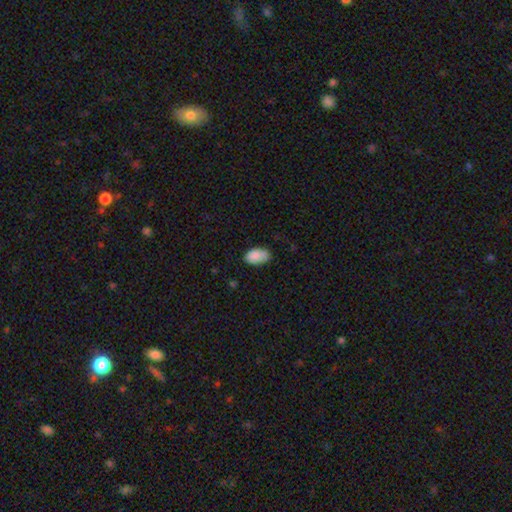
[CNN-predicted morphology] Smooth or featured? Predicted: smooth (p=0.87). How rounded? Predicted: in between (p=0.92). Merging? Predicted: none (p=0.68).